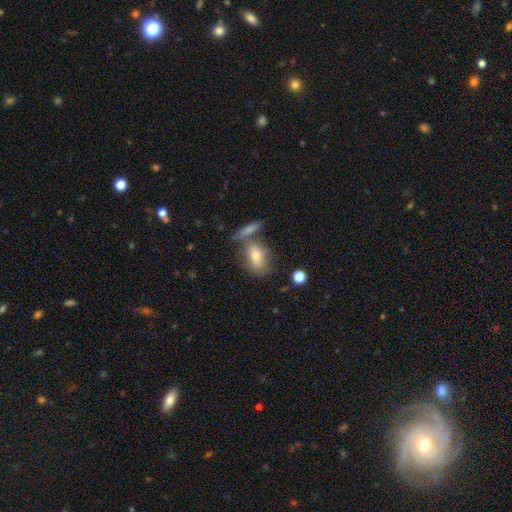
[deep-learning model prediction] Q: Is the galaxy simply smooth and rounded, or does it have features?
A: smooth — 74%.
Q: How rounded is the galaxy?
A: in between — 81%.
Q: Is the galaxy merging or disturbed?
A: none — 51%.